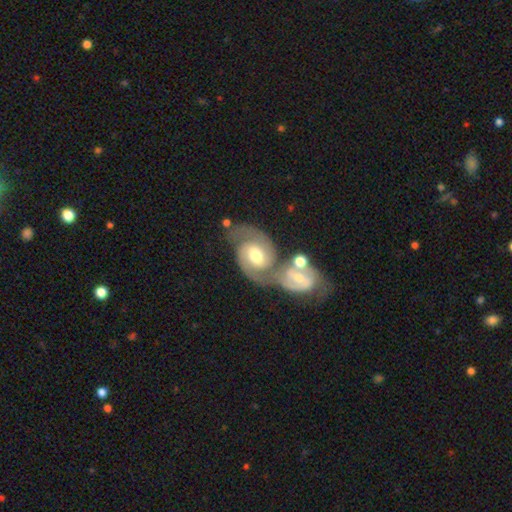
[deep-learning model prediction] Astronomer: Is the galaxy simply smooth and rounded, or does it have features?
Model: featured or disk — 86%.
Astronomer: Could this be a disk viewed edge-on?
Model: no — 97%.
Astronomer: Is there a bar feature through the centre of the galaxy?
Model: weak — 44% (runner-up: no, 36%).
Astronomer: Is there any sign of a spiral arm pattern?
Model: yes — 97%.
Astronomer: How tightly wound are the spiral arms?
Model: medium — 56% (runner-up: tight, 32%).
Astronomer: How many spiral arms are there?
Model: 2 — 92%.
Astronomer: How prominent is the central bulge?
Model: moderate — 70%.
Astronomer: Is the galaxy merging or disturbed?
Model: merger — 52% (runner-up: none, 32%).